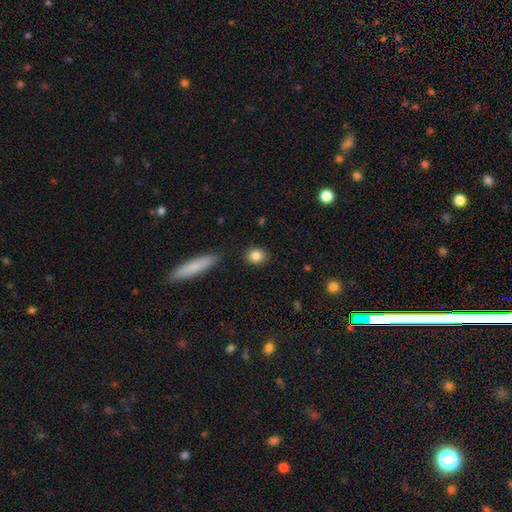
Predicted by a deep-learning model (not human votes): A smooth galaxy with no disk features (86%) that is round (64%). Merging: none (87%).